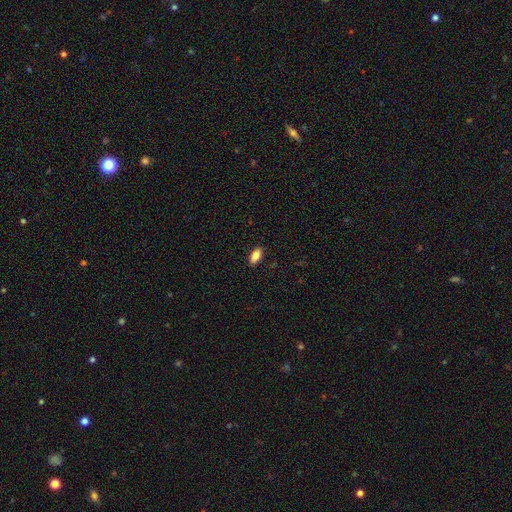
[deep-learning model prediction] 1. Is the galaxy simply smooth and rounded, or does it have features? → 83% smooth, 10% featured or disk, 7% star or artifact.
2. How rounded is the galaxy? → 90% in between, 7% cigar-shaped, 3% round.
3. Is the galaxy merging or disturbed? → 89% none, 8% minor disturbance, 2% major disturbance, 1% merger.